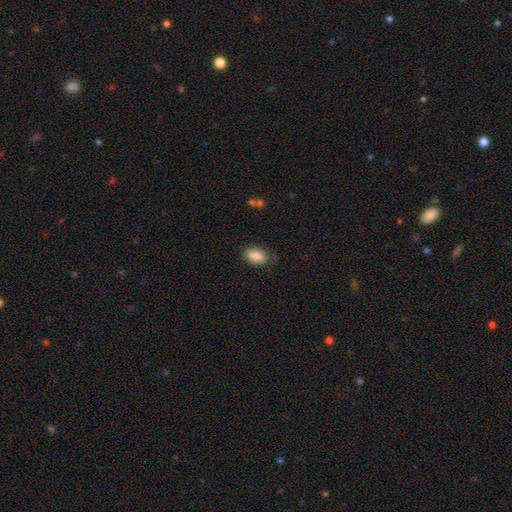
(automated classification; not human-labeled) Morphology: type=smooth (88%); roundness=in between (91%); merging=none (79%).